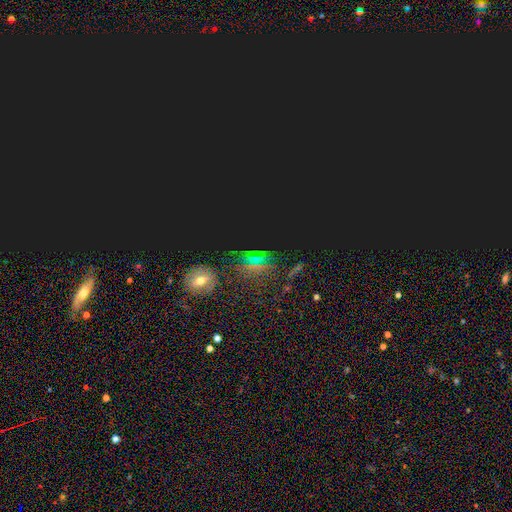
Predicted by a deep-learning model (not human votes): This is likely a star or artifact rather than a galaxy (76%).